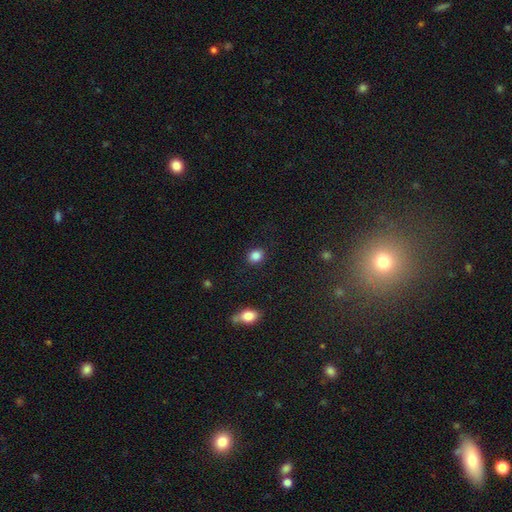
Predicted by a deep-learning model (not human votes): smooth_or_featured: smooth (p=0.86) [alt: star or artifact p=0.10]
how_rounded: round (p=0.55) [alt: in between p=0.44]
merging: none (p=0.87) [alt: minor disturbance p=0.09]